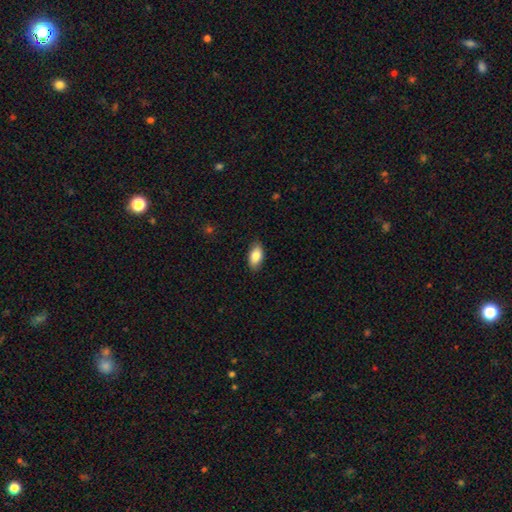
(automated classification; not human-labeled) A smooth galaxy with no disk features (85%) that is in between round and cigar-shaped (92%). Merging: none (86%).